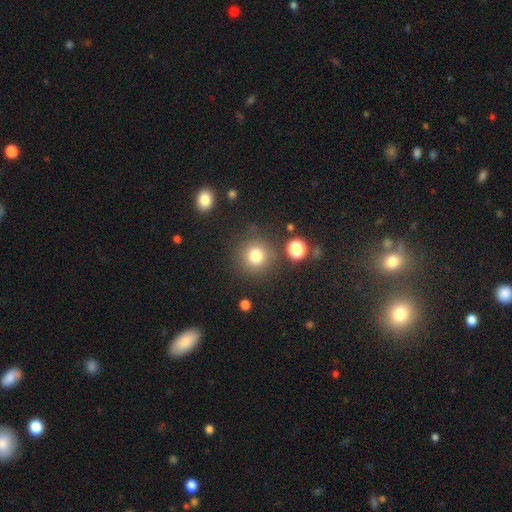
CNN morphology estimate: Q: Smooth or featured?
A: smooth (79%); runner-up: star or artifact (13%)
Q: How rounded?
A: round (94%); runner-up: in between (5%)
Q: Merging?
A: none (84%); runner-up: minor disturbance (8%)